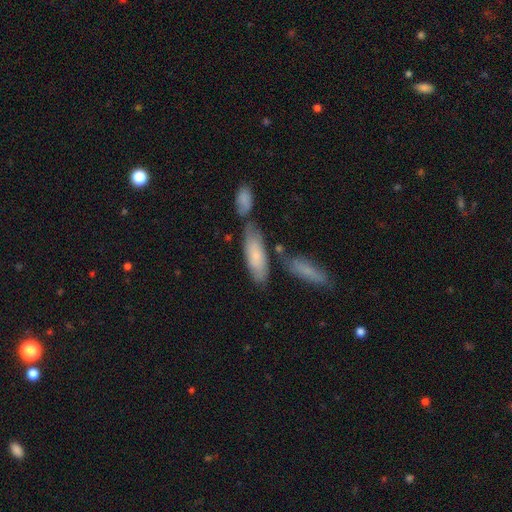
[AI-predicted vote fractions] A smooth galaxy with no disk features (69%) that is in between round and cigar-shaped (59%).

Vote fractions:
- Smooth or featured? smooth: 69% / featured or disk: 24% / star or artifact: 6%
- How rounded? in between: 59% / cigar-shaped: 39% / round: 2%
- Merging? none: 54% / merger: 22% / minor disturbance: 19% / major disturbance: 5%